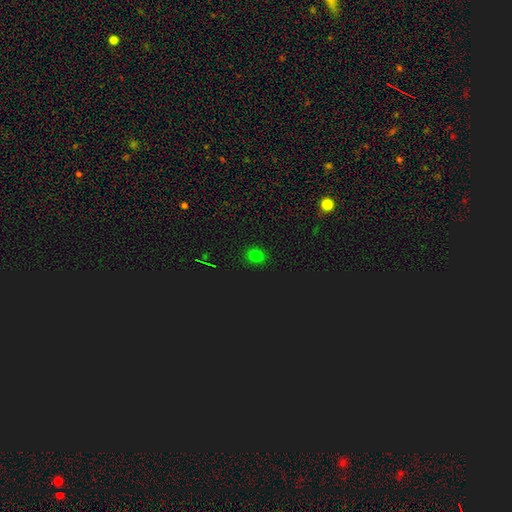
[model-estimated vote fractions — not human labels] Overall: smooth (70%). How rounded: round (76%). Merging: none (90%).